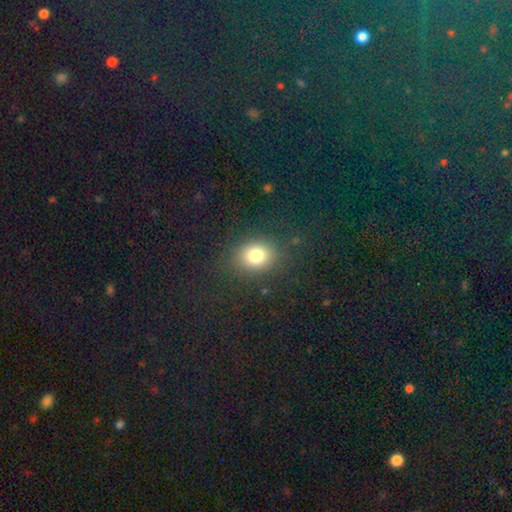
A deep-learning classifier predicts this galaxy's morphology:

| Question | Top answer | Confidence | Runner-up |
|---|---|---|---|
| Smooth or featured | smooth | 78% | star or artifact (14%) |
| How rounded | round | 60% | in between (38%) |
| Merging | none | 84% | minor disturbance (9%) |